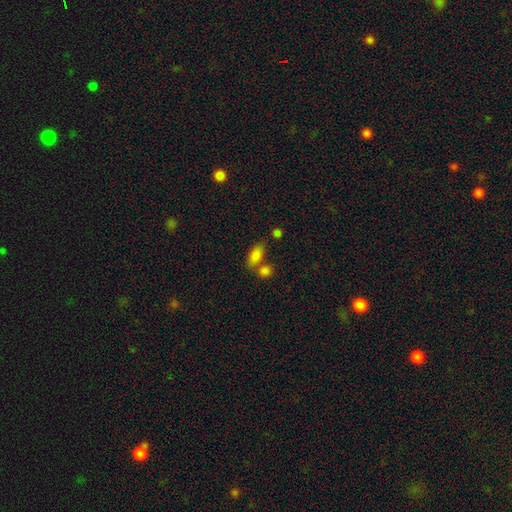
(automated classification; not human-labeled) Overall: smooth (83%). How rounded: in between (87%). Merging: none (54%; merger 28%).